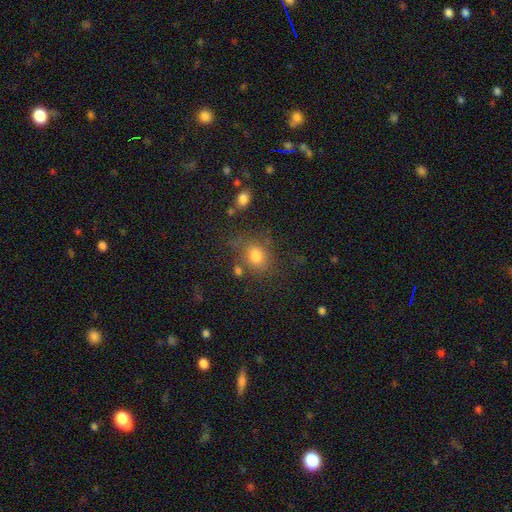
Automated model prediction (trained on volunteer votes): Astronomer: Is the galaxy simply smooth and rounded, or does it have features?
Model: smooth — 77%.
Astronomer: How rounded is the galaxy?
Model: round — 56% (runner-up: in between, 43%).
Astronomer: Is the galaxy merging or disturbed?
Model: none — 64%.